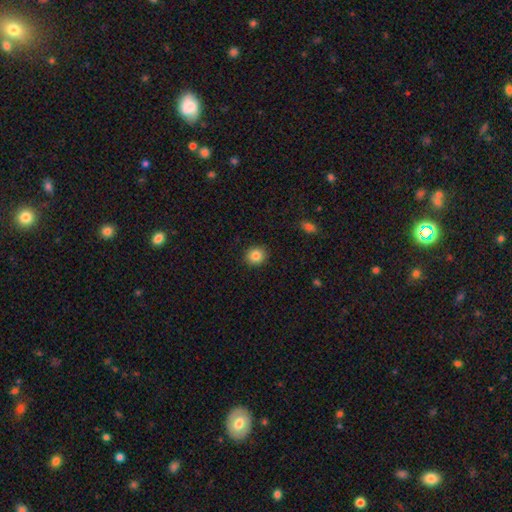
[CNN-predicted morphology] A smooth galaxy with no disk features (84%) that is round (81%). Merging: none (91%).